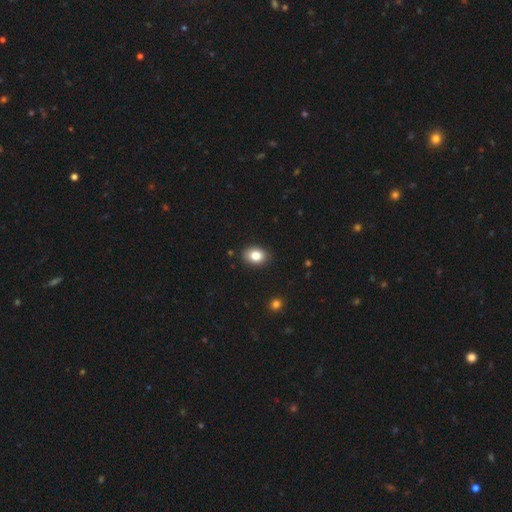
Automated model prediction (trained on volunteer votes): smooth 83%, star or artifact 9%, featured or disk 8%. Down the decision tree: how rounded — in between (67%); merging — none (89%).